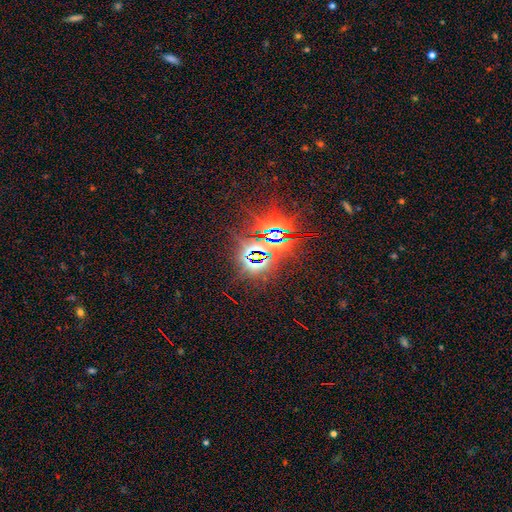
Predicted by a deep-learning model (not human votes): A star or artifact, not a galaxy (84%).

Vote fractions:
- Smooth or featured? star or artifact: 84% / featured or disk: 8% / smooth: 8%